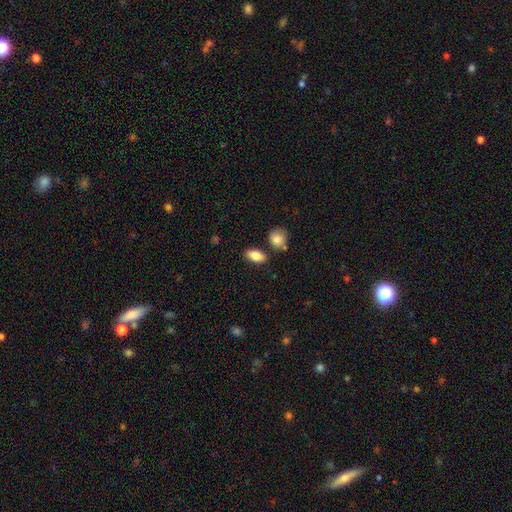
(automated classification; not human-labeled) smooth_or_featured: smooth (p=0.84) [alt: featured or disk p=0.09]
how_rounded: in between (p=0.87) [alt: round p=0.08]
merging: none (p=0.79) [alt: minor disturbance p=0.11]